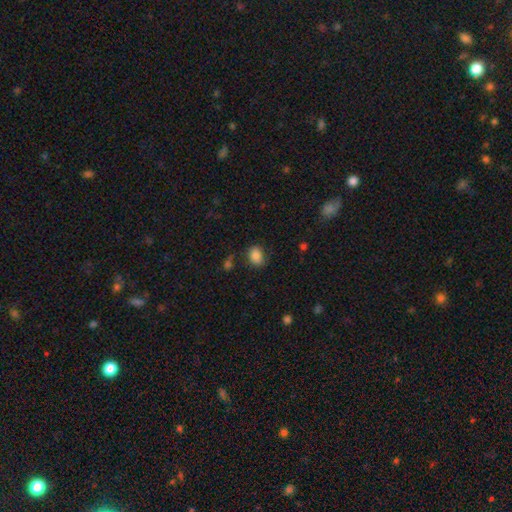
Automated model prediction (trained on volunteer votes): Smooth or featured?
  - smooth: 85% *
  - star or artifact: 9%
  - featured or disk: 6%
How rounded?
  - in between: 62% *
  - round: 37%
  - cigar-shaped: 1%
Merging?
  - none: 74% *
  - minor disturbance: 17%
  - major disturbance: 5%
  - merger: 4%